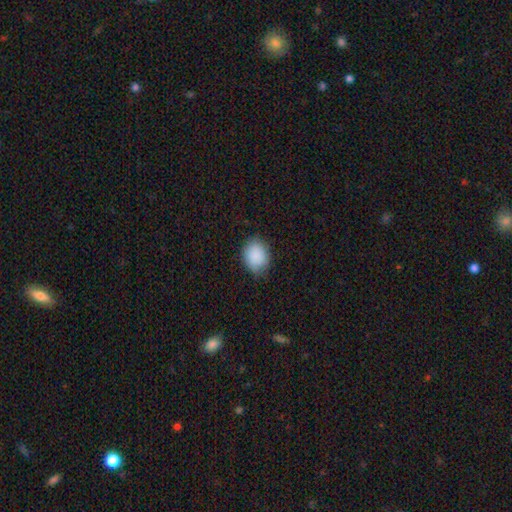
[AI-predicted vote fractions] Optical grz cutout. It shows a smooth galaxy with no disk features (90%) that is round (50%). Merging: none (82%).